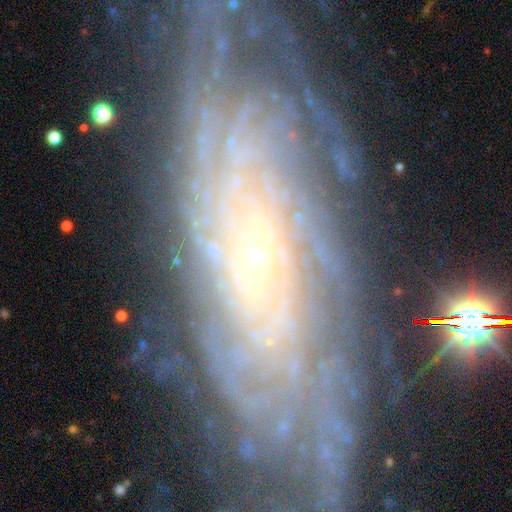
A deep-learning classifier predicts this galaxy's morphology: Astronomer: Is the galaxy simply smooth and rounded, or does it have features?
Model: featured or disk — 87%.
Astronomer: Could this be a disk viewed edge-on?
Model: no — 91%.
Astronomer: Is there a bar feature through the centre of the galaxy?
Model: no — 70%.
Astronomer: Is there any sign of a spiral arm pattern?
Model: yes — 97%.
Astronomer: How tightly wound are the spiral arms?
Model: tight — 75%.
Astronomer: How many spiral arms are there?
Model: can't tell — 34% (runner-up: more than 4, 19%).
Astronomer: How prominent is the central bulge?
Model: small — 84%.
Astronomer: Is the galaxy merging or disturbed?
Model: none — 69%.